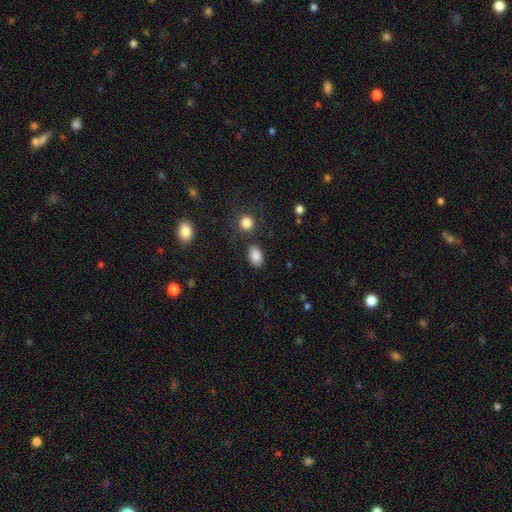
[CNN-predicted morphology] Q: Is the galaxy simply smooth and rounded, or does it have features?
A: smooth — 87%.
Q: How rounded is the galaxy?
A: in between — 86%.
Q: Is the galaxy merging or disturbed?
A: none — 82%.